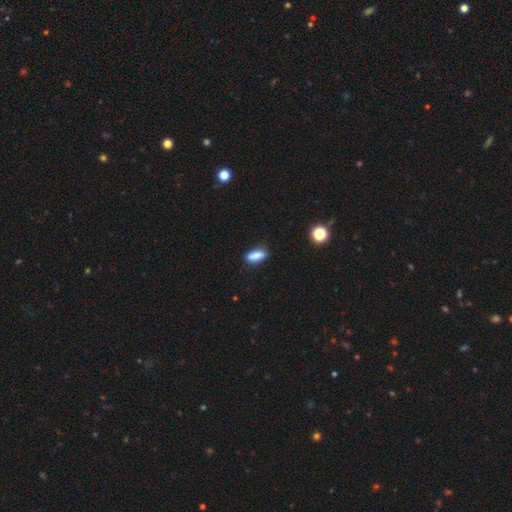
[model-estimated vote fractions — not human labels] smooth_or_featured: smooth (p=0.84) [alt: star or artifact p=0.09]
how_rounded: in between (p=0.76) [alt: cigar-shaped p=0.20]
merging: none (p=0.79) [alt: minor disturbance p=0.15]